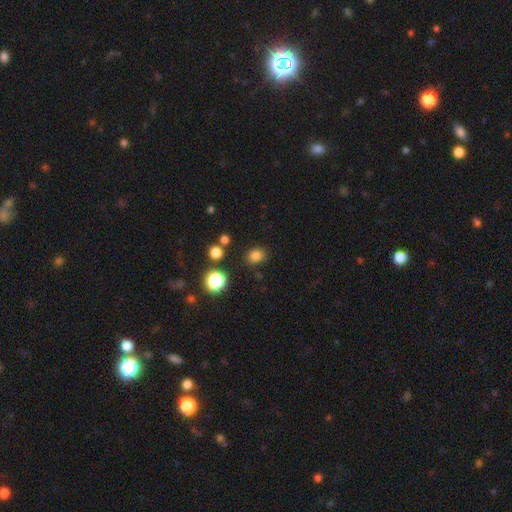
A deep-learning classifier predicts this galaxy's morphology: Smooth or featured? Predicted: smooth (p=0.80). How rounded? Predicted: round (p=0.61). Merging? Predicted: none (p=0.83).